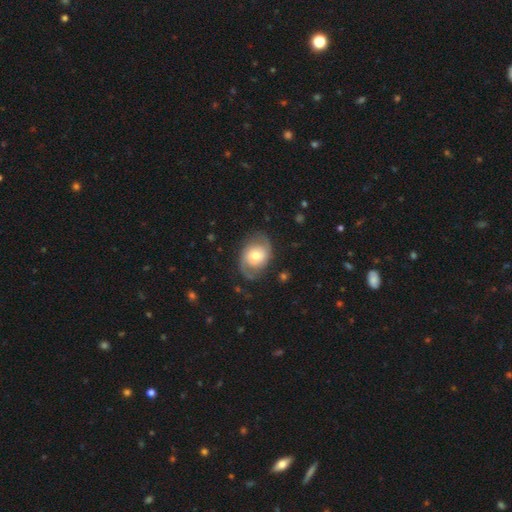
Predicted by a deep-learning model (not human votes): The model was most divided on "spiral winding": medium: 45%, loose: 29%, tight: 27%. More confident: edge-on disk — no (97%); spiral arms — yes (87%); spiral arm count — 2 (86%); merging — none (72%); smooth or featured — featured or disk (70%); bulge size — moderate (66%); bar — no (64%).